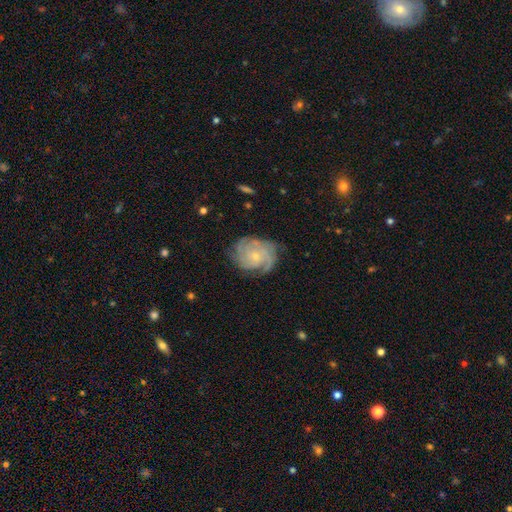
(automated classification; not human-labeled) This appears to be a featured or disk galaxy (85%) with no bar (76%), 3 (32%) tight (65%) spiral arms (97%) and a small central bulge (74%). Merging: none (74%).